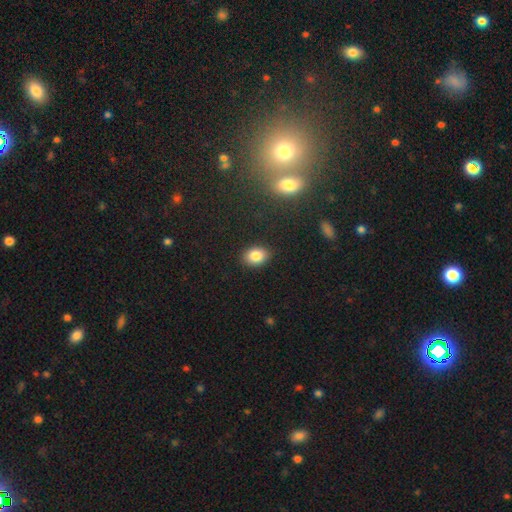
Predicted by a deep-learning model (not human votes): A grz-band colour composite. It shows a smooth galaxy with no disk features (85%) that is in between round and cigar-shaped (70%). Merging: none (88%).